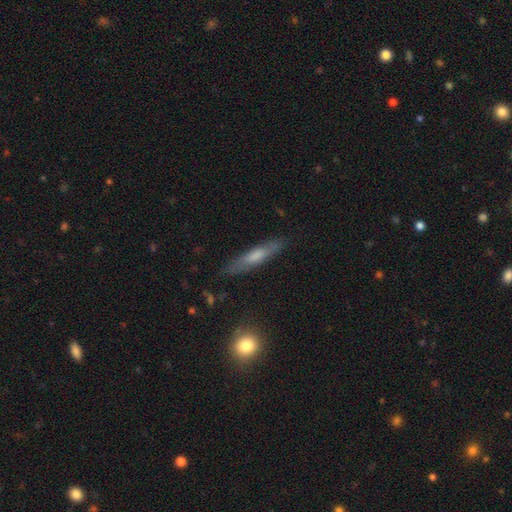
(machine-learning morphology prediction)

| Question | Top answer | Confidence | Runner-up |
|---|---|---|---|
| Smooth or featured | smooth | 52% | featured or disk (41%) |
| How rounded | cigar-shaped | 87% | in between (11%) |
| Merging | none | 83% | minor disturbance (13%) |